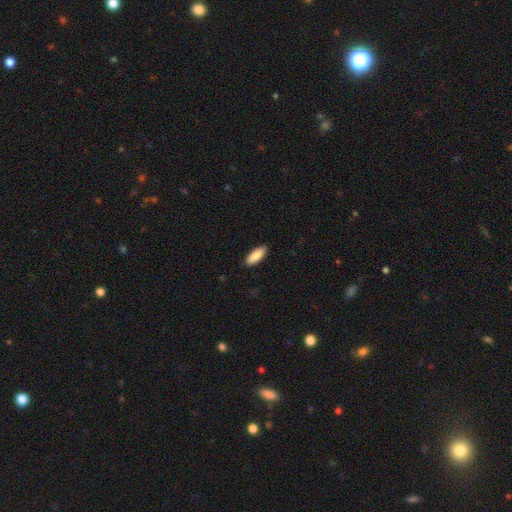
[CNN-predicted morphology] Smooth or featured: smooth — 90% (star or artifact — 5%)
How rounded: in between — 76% (cigar-shaped — 23%)
Merging: none — 89% (minor disturbance — 8%)